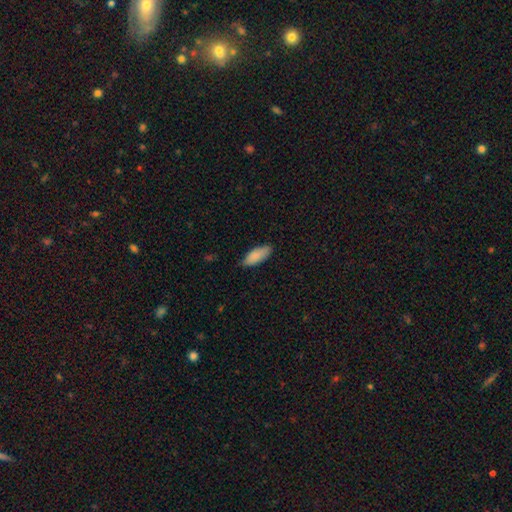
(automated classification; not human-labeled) Smooth or featured?
  - smooth: 88% *
  - featured or disk: 7%
  - star or artifact: 6%
How rounded?
  - in between: 80% *
  - cigar-shaped: 18%
  - round: 2%
Merging?
  - none: 78% *
  - minor disturbance: 18%
  - major disturbance: 2%
  - merger: 1%